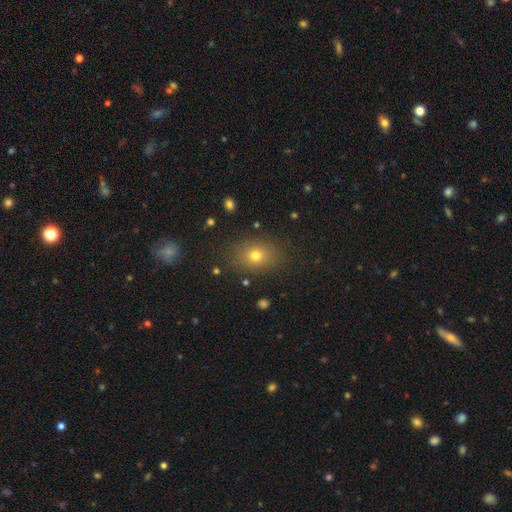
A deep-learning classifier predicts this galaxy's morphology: Smooth or featured?
  - smooth: 73% *
  - star or artifact: 15%
  - featured or disk: 11%
How rounded?
  - in between: 55% *
  - round: 44%
  - cigar-shaped: 1%
Merging?
  - none: 83% *
  - minor disturbance: 11%
  - major disturbance: 4%
  - merger: 2%